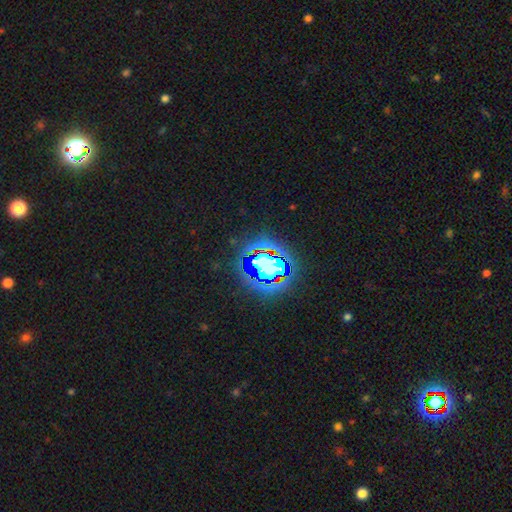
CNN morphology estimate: The model was most divided on "smooth or featured": star or artifact: 76%, smooth: 12%, featured or disk: 12%.